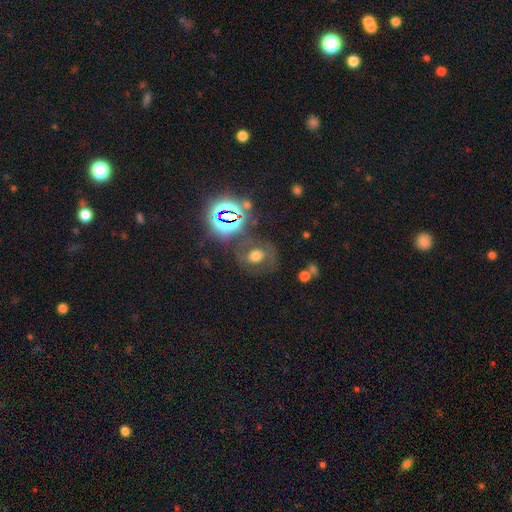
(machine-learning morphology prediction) smooth_or_featured: smooth (p=0.43) [alt: featured or disk p=0.31]
merging: none (p=0.65) [alt: minor disturbance p=0.16]